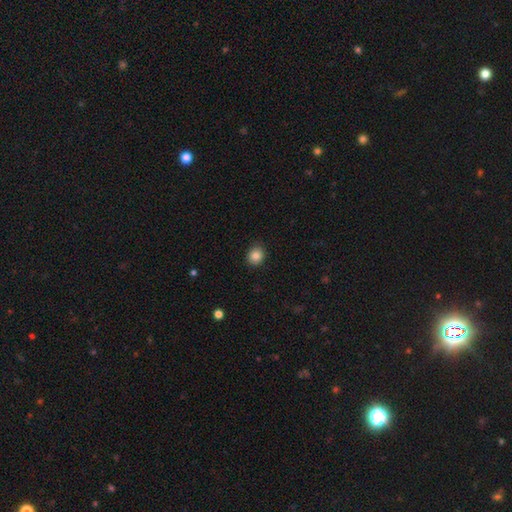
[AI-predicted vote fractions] This appears to be a smooth galaxy with no disk features (85%) that is round (75%). Merging: none (88%).